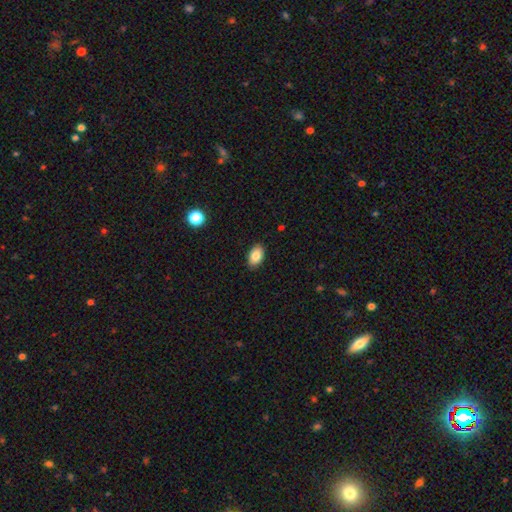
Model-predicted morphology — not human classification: smooth-or-featured: smooth: 84% | featured or disk: 8% | star or artifact: 8%
  how-rounded: in between: 92% | round: 7% | cigar-shaped: 1%
  merging: none: 88% | minor disturbance: 9% | major disturbance: 2% | merger: 1%